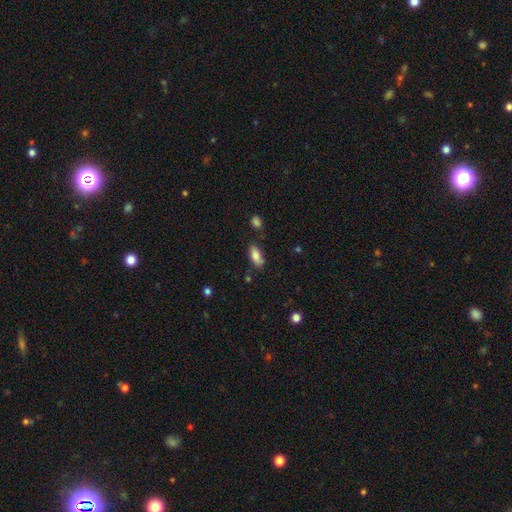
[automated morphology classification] smooth 81%, featured or disk 11%, star or artifact 8%. Down the decision tree: how rounded — in between (88%); merging — none (72%).